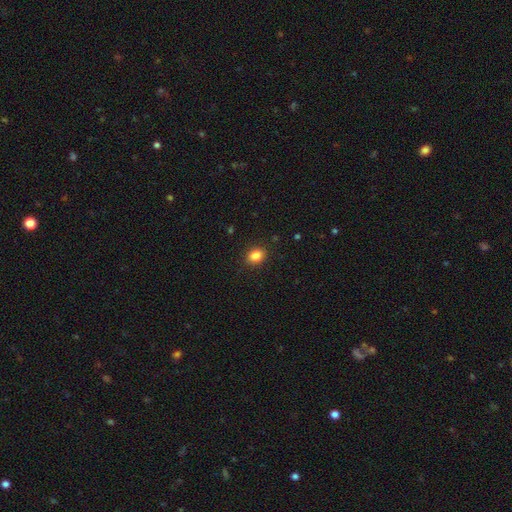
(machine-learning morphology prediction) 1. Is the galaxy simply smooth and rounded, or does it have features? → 85% smooth, 10% star or artifact, 5% featured or disk.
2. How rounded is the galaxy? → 54% in between, 45% round, 1% cigar-shaped.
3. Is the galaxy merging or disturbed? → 89% none, 7% minor disturbance, 2% major disturbance, 1% merger.